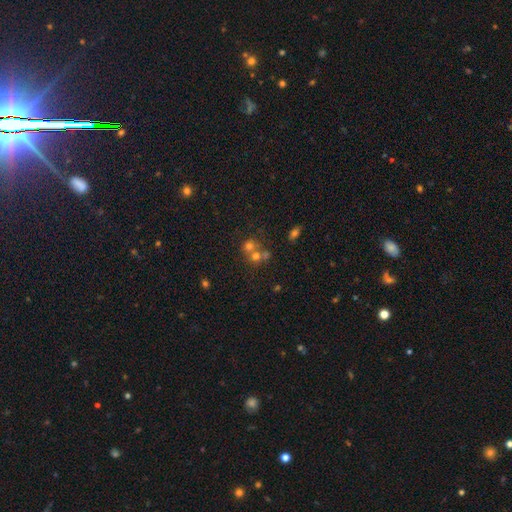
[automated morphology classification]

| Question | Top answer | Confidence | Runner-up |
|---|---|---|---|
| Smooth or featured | smooth | 60% | featured or disk (20%) |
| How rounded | round | 78% | in between (21%) |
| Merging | merger | 53% | none (36%) |